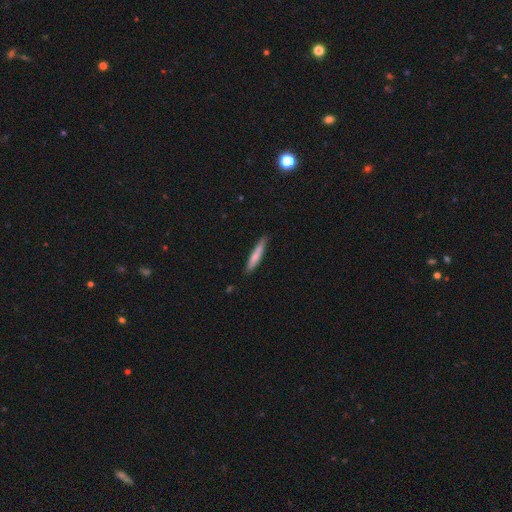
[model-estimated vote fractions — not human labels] Smooth or featured? smooth (74%)
How rounded? cigar-shaped (92%)
Merging? none (82%)